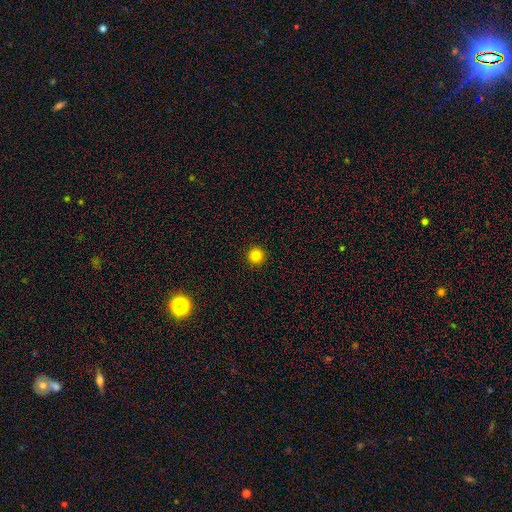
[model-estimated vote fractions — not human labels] Morphology: type=smooth (84%); roundness=round (96%); merging=none (93%).